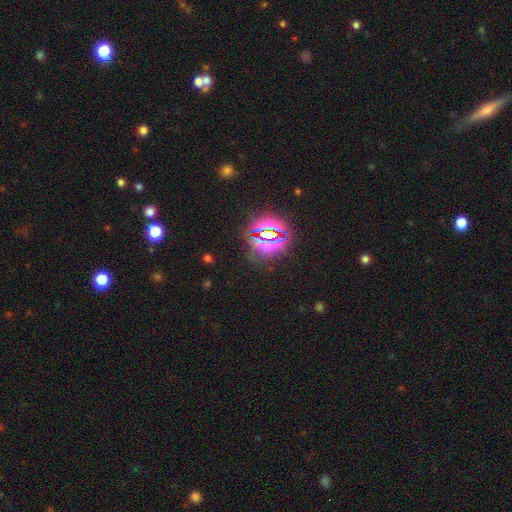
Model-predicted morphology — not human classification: smooth_or_featured: star or artifact (p=0.75) [alt: smooth p=0.18]